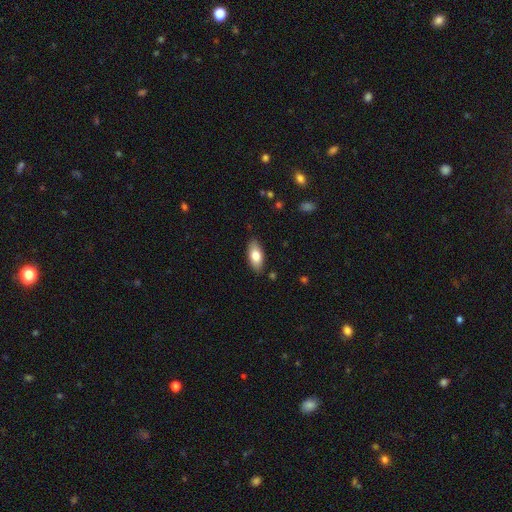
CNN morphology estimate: Smooth or featured? Predicted: smooth (p=0.77). How rounded? Predicted: in between (p=0.87). Merging? Predicted: none (p=0.87).